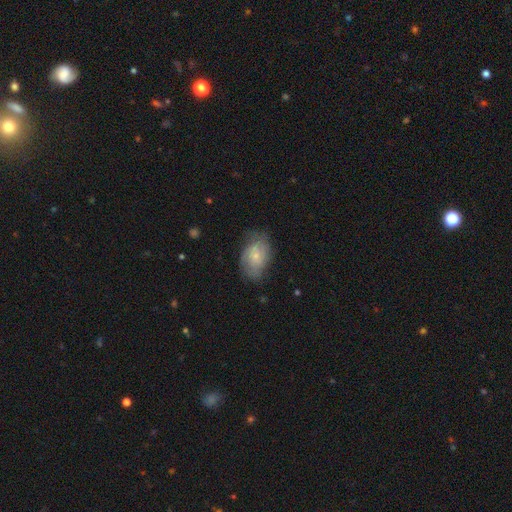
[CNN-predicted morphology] smooth-or-featured: smooth: 49% | featured or disk: 44% | star or artifact: 7%
  merging: none: 61% | minor disturbance: 27% | major disturbance: 11% | merger: 1%